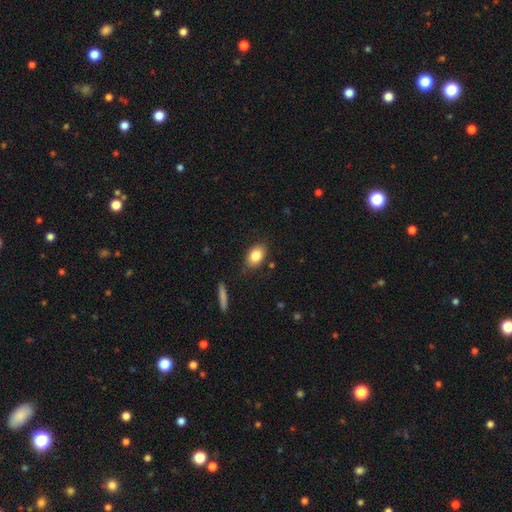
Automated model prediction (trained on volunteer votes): Smooth or featured: smooth — 83% (featured or disk — 9%)
How rounded: in between — 85% (round — 13%)
Merging: none — 83% (minor disturbance — 12%)